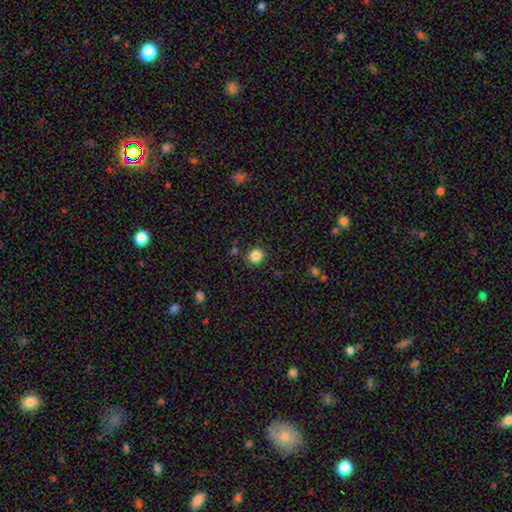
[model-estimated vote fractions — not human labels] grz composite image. It shows a smooth galaxy with no disk features (85%) that is round (84%). Merging: none (87%).